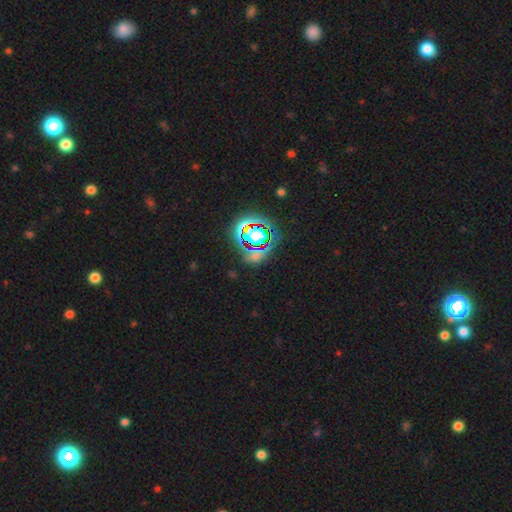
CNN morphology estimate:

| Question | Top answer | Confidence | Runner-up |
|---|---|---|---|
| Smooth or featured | star or artifact | 61% | smooth (27%) |